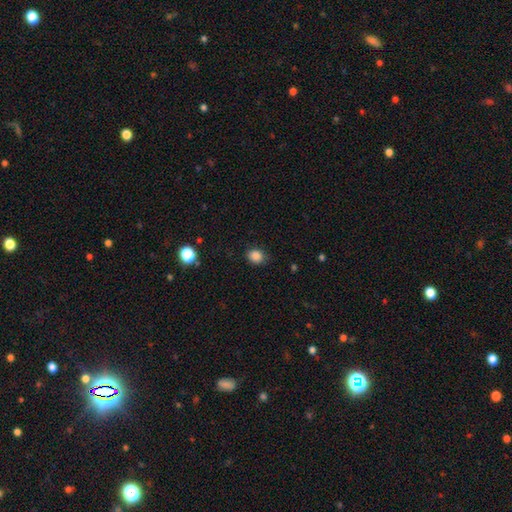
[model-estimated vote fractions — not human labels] This is clearly a smooth galaxy (86%). How rounded: likely round (60%). Merging: clearly none (83%).